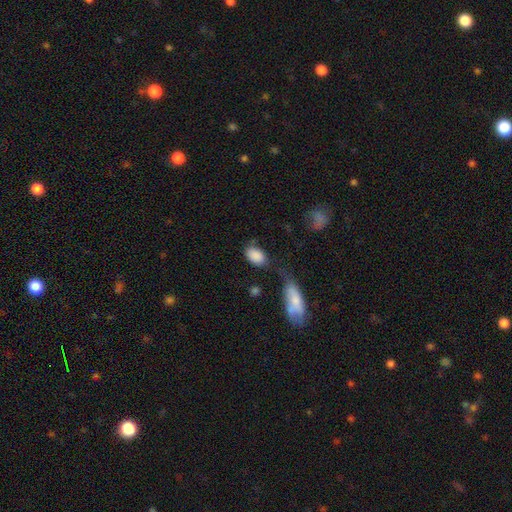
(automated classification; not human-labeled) A smooth galaxy with no disk features (87%) that is in between round and cigar-shaped (89%).

Vote fractions:
- Smooth or featured? smooth: 87% / star or artifact: 7% / featured or disk: 6%
- How rounded? in between: 89% / round: 9% / cigar-shaped: 2%
- Merging? none: 59% / minor disturbance: 21% / merger: 11% / major disturbance: 9%